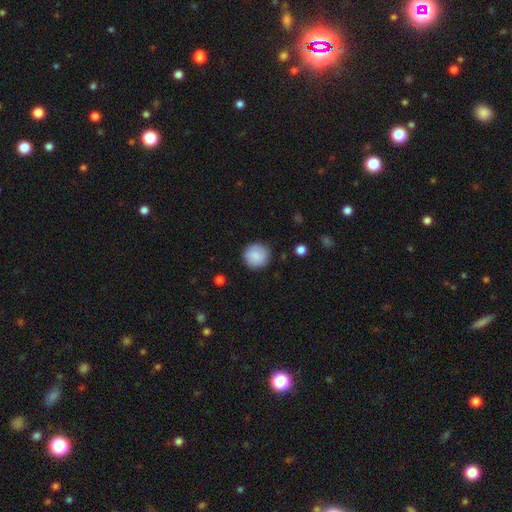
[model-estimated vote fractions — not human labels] smooth-or-featured: smooth: 86% | star or artifact: 7% | featured or disk: 7%
  how-rounded: round: 93% | in between: 6% | cigar-shaped: 1%
  merging: none: 88% | minor disturbance: 9% | major disturbance: 2% | merger: 1%